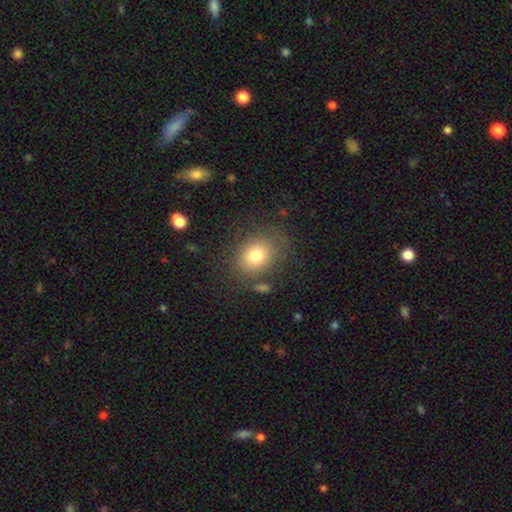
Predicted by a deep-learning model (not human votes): smooth_or_featured: smooth (p=0.77) [alt: featured or disk p=0.12]
how_rounded: round (p=0.56) [alt: in between p=0.43]
merging: none (p=0.75) [alt: minor disturbance p=0.14]